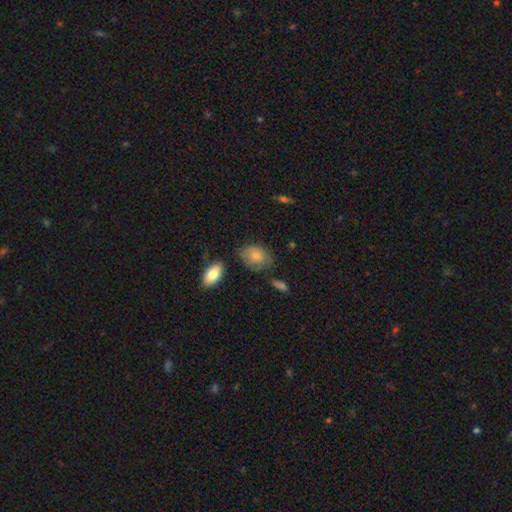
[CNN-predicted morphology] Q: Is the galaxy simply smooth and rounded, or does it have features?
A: smooth — 75%.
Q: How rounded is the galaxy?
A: in between — 76%.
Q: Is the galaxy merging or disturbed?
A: none — 52%.